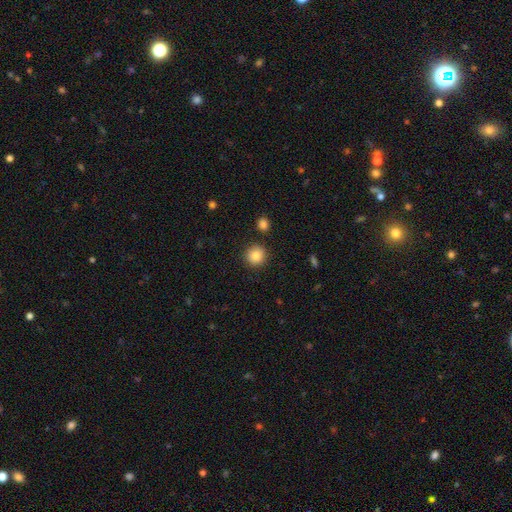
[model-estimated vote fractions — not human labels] Smooth or featured?
  - smooth: 85% *
  - star or artifact: 9%
  - featured or disk: 5%
How rounded?
  - round: 93% *
  - in between: 6%
  - cigar-shaped: 1%
Merging?
  - none: 90% *
  - minor disturbance: 6%
  - merger: 2%
  - major disturbance: 2%